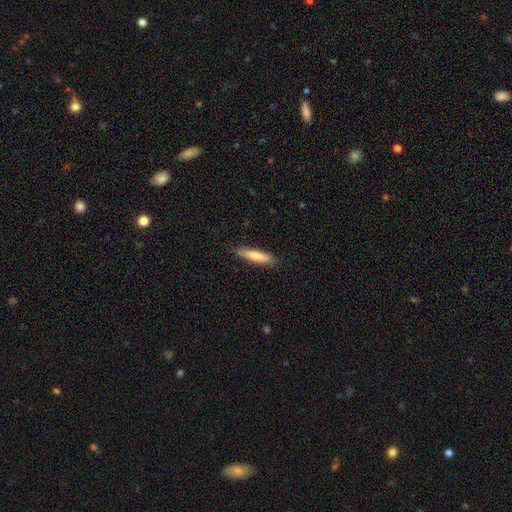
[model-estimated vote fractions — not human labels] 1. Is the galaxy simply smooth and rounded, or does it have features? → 71% smooth, 23% featured or disk, 6% star or artifact.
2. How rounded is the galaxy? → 83% cigar-shaped, 16% in between, 1% round.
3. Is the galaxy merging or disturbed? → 87% none, 10% minor disturbance, 2% major disturbance, 1% merger.